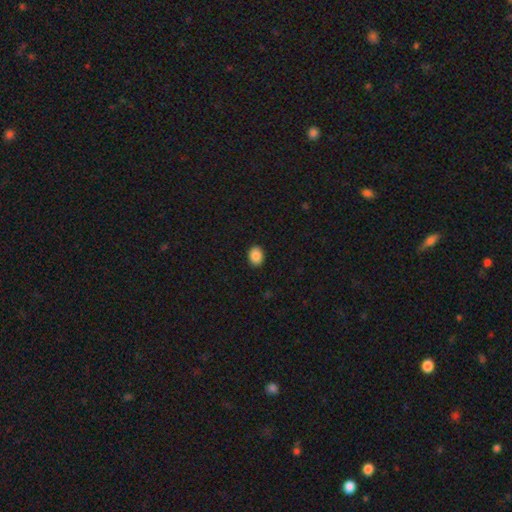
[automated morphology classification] Q: Smooth or featured?
A: smooth (89%); runner-up: star or artifact (8%)
Q: How rounded?
A: in between (59%); runner-up: round (40%)
Q: Merging?
A: none (90%); runner-up: minor disturbance (7%)